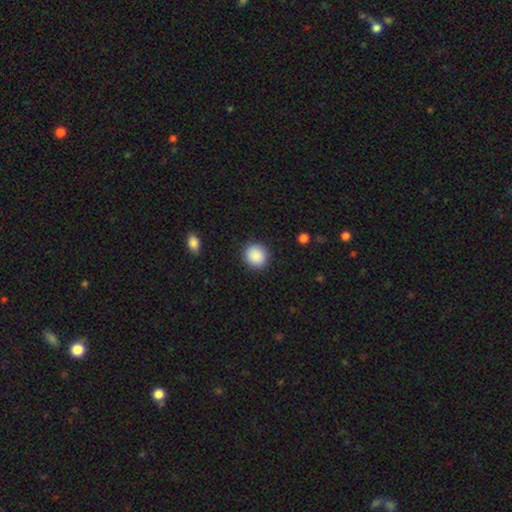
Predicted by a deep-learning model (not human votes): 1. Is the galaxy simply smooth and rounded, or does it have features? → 89% smooth, 7% star or artifact, 3% featured or disk.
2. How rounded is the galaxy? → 88% round, 11% in between, 1% cigar-shaped.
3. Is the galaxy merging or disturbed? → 90% none, 6% minor disturbance, 2% major disturbance, 1% merger.